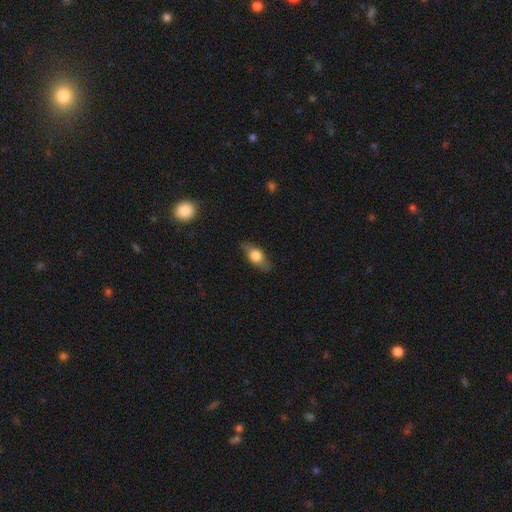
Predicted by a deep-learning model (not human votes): smooth_or_featured: smooth (p=0.64) [alt: featured or disk p=0.29]
how_rounded: in between (p=0.77) [alt: cigar-shaped p=0.14]
merging: none (p=0.82) [alt: minor disturbance p=0.14]